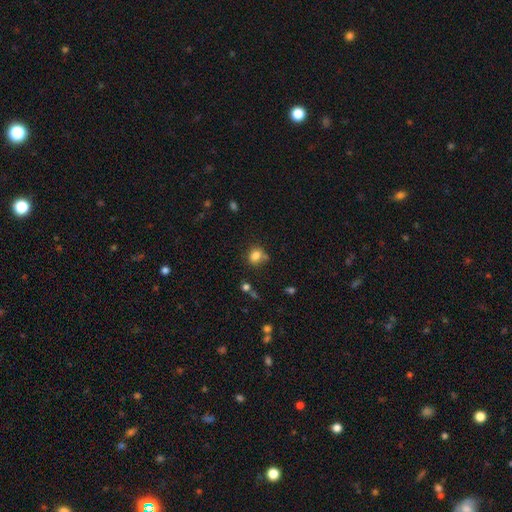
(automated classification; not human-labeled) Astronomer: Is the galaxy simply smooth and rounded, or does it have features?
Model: smooth — 81%.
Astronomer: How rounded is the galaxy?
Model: round — 55% (runner-up: in between, 44%).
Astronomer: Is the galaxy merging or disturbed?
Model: none — 63%.